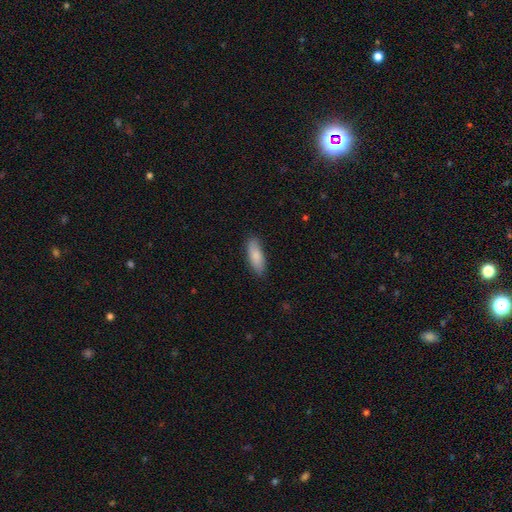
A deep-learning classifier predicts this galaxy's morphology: A smooth galaxy with no disk features (85%) that is in between round and cigar-shaped (69%). Merging: none (86%).